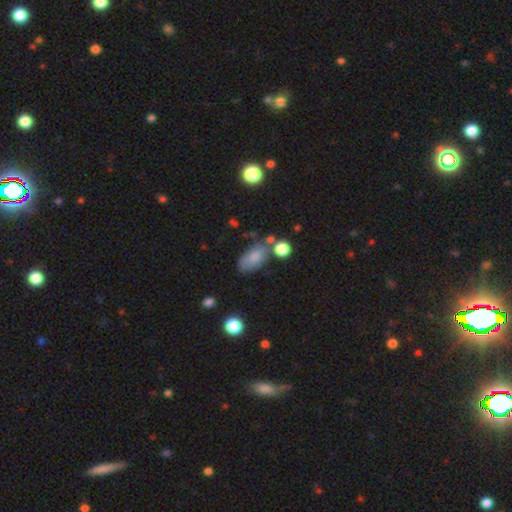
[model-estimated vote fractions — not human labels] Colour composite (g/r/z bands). It shows a smooth galaxy with no disk features (75%) that is in between round and cigar-shaped (88%). Merging: none (60%).